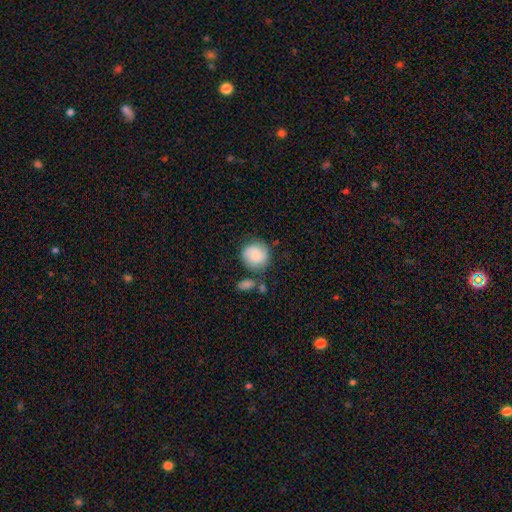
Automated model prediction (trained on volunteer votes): A smooth galaxy with no disk features (70%) that is round (86%).

Vote fractions:
- Smooth or featured? smooth: 70% / featured or disk: 22% / star or artifact: 8%
- How rounded? round: 86% / in between: 13% / cigar-shaped: 1%
- Merging? none: 65% / minor disturbance: 19% / merger: 10% / major disturbance: 7%